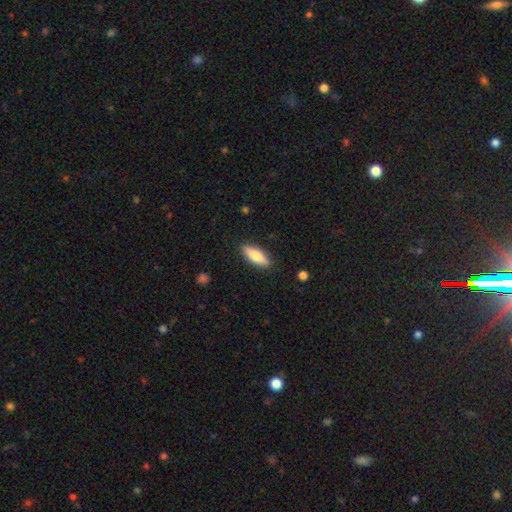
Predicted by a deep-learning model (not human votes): Smooth or featured: smooth — 70% (featured or disk — 24%)
How rounded: in between — 55% (cigar-shaped — 43%)
Merging: none — 88% (minor disturbance — 9%)